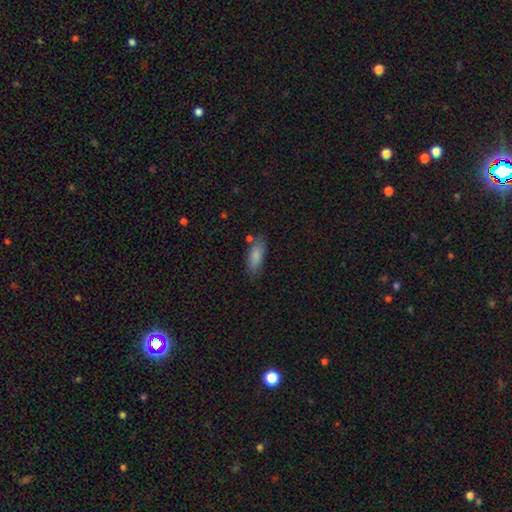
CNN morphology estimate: smooth 85%, featured or disk 8%, star or artifact 7%. Down the decision tree: how rounded — in between (70%); merging — none (74%).